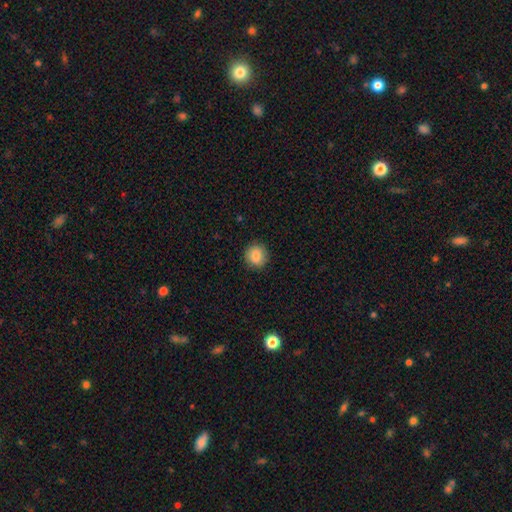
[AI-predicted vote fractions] A smooth galaxy with no disk features (86%) that is round (87%). Merging: none (90%).